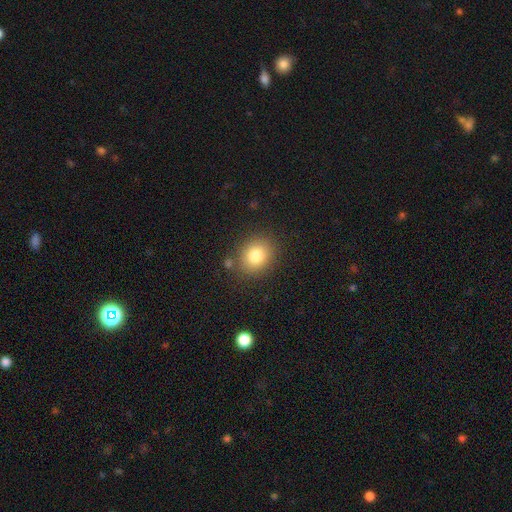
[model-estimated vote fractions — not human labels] Smooth or featured: smooth — 81% (star or artifact — 10%)
How rounded: round — 67% (in between — 32%)
Merging: none — 82% (minor disturbance — 10%)